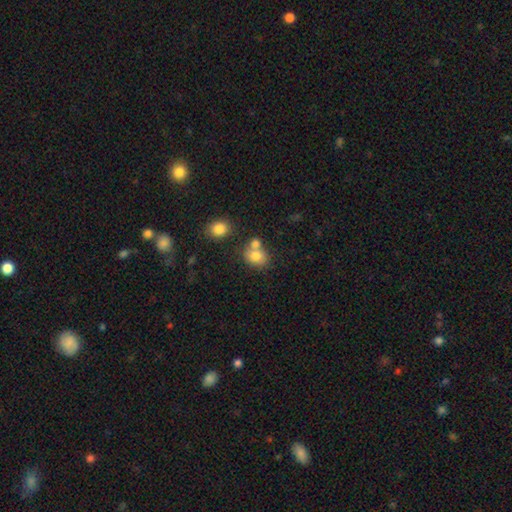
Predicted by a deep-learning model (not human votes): smooth-or-featured: smooth: 79% | featured or disk: 11% | star or artifact: 10%
  how-rounded: round: 58% | in between: 41% | cigar-shaped: 1%
  merging: none: 49% | merger: 36% | minor disturbance: 11% | major disturbance: 4%